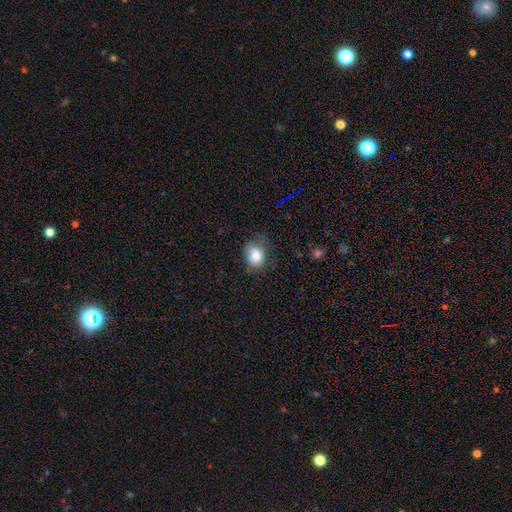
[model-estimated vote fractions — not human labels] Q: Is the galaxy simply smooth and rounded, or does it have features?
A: smooth — 81%.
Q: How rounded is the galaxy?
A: in between — 52%.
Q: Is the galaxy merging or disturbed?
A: none — 55%.